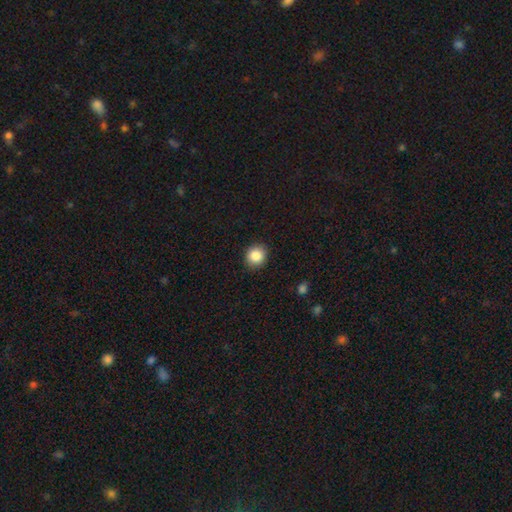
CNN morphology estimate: smooth 86%, star or artifact 9%, featured or disk 5%. Down the decision tree: how rounded — round (80%); merging — none (89%).